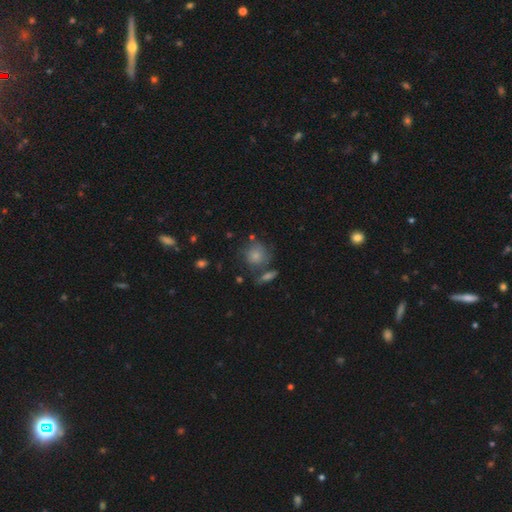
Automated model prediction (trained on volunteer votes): This appears to be a smooth galaxy with no disk features (53%) that is round (83%). Merging: none (66%).